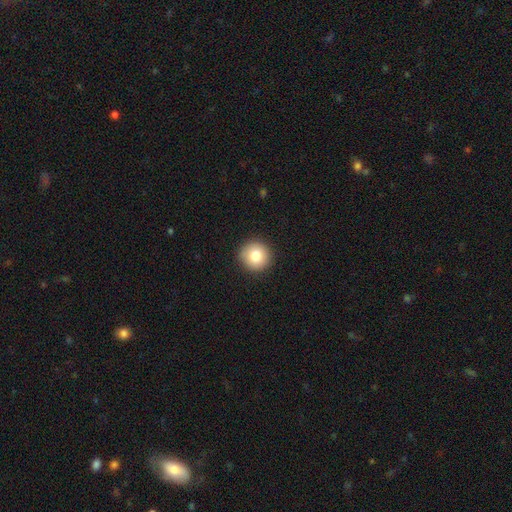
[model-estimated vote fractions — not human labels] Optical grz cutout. It shows a smooth galaxy with no disk features (82%) that is round (94%). Merging: none (91%).